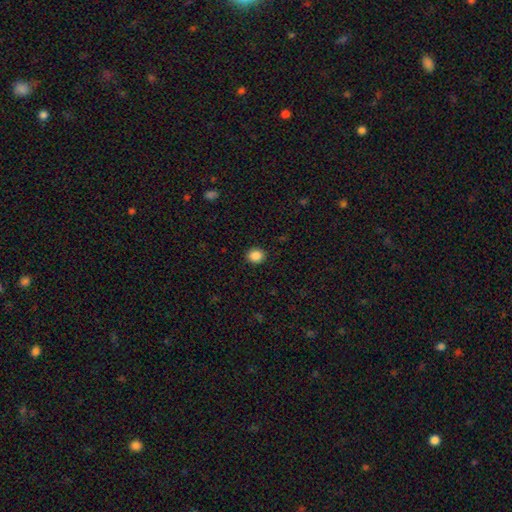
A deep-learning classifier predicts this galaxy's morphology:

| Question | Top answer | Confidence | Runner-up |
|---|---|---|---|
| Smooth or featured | smooth | 87% | star or artifact (10%) |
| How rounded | round | 74% | in between (26%) |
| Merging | none | 91% | minor disturbance (6%) |